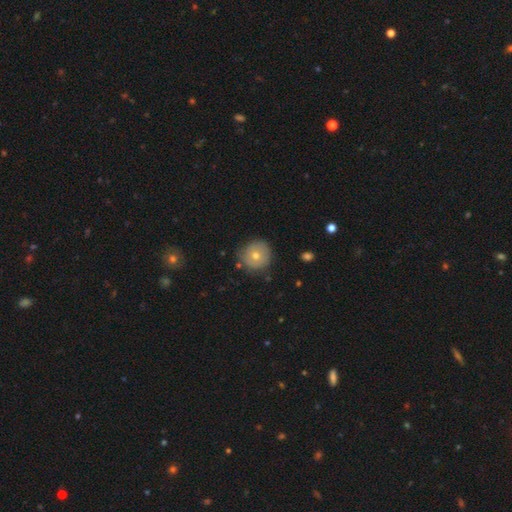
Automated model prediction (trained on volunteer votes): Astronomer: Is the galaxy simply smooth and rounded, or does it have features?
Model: smooth — 60%.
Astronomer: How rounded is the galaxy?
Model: round — 93%.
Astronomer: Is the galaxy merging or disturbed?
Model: none — 84%.